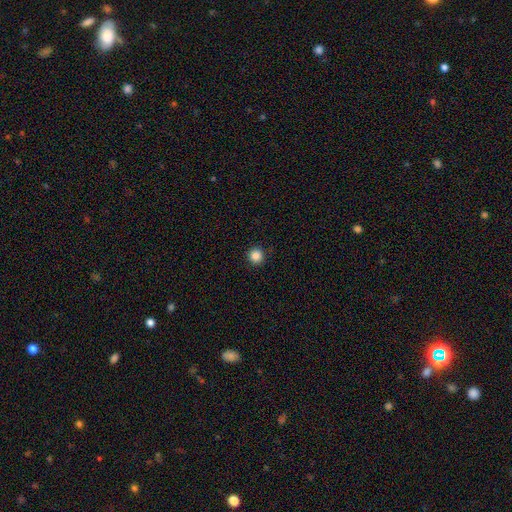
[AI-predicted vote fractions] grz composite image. It shows a smooth galaxy with no disk features (85%) that is round (95%). Merging: none (93%).